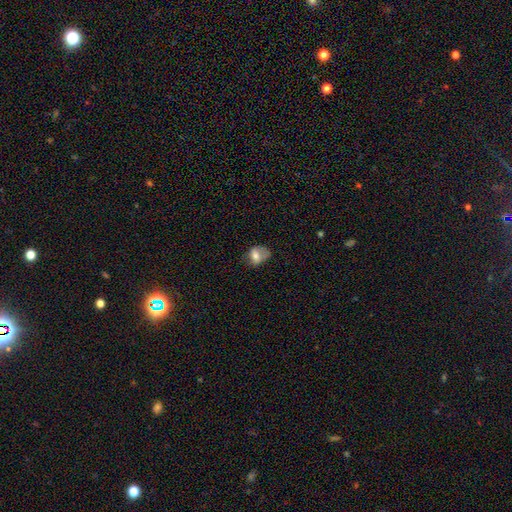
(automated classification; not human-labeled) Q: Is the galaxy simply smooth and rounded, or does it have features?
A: smooth — 67%.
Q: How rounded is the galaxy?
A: in between — 63%.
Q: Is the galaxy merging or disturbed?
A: none — 43%.